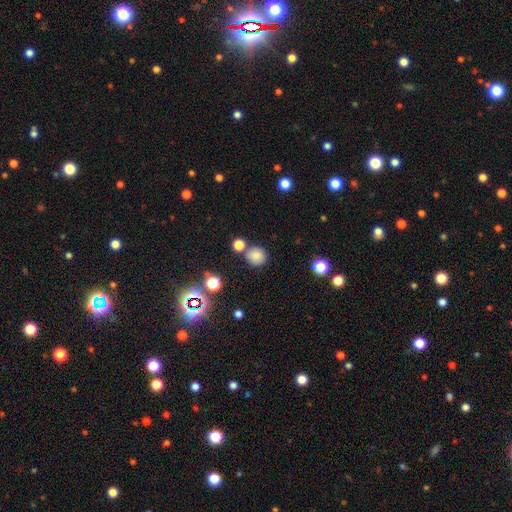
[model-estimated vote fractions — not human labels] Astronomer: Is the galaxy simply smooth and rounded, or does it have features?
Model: smooth — 80%.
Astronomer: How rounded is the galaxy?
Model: round — 91%.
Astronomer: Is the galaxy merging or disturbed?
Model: none — 74%.